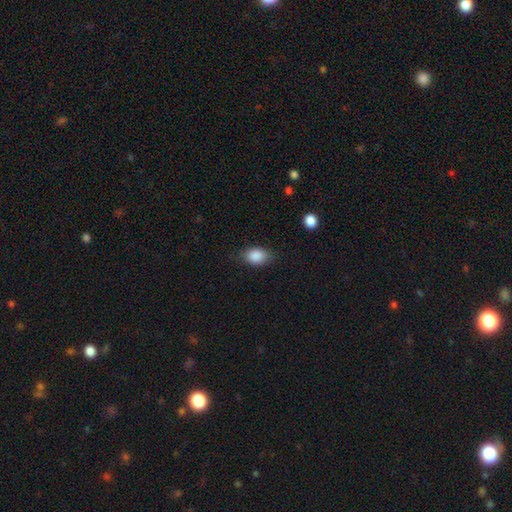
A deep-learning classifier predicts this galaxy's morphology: This is clearly a smooth galaxy (87%). How rounded: likely in between (76%). Merging: likely none (74%).